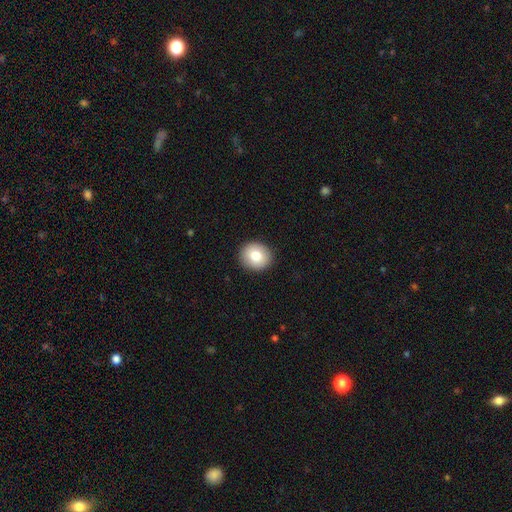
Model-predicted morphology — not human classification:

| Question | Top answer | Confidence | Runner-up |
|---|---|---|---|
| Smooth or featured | smooth | 81% | featured or disk (11%) |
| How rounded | round | 75% | in between (24%) |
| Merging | none | 91% | minor disturbance (6%) |